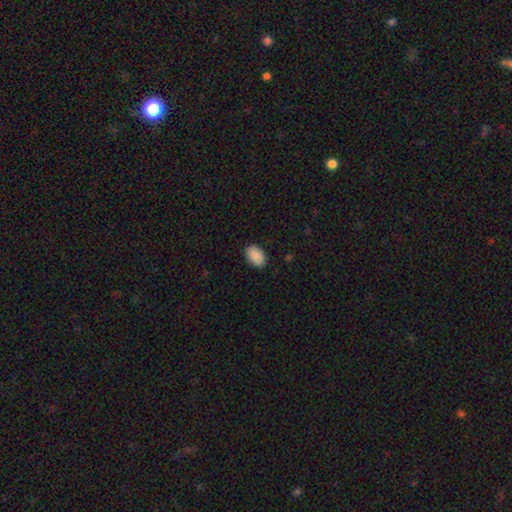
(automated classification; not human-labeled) Q: Smooth or featured?
A: smooth (91%); runner-up: star or artifact (7%)
Q: How rounded?
A: in between (91%); runner-up: round (7%)
Q: Merging?
A: none (88%); runner-up: minor disturbance (9%)